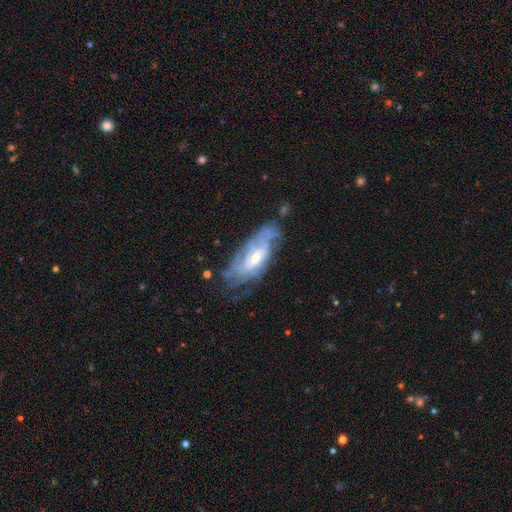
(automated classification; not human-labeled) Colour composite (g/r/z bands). It shows a featured or disk galaxy (76%) with no bar (50%), tight (60%) spiral arms (86%) and a small central bulge (50%). Merging: none (64%).